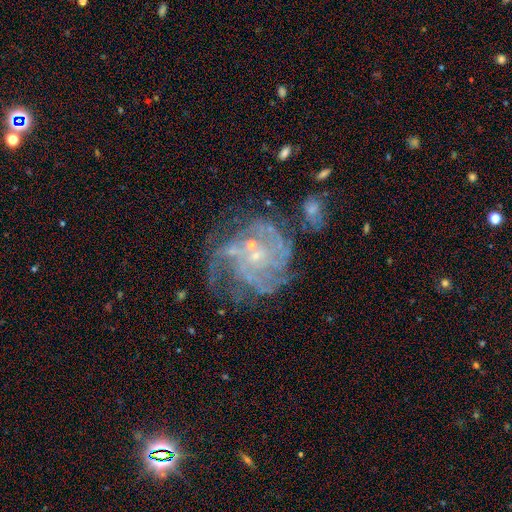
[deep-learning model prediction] This is clearly a featured or disk galaxy (82%). It is clearly not viewed edge-on (98%). Bar: likely no (70%). Spiral arm pattern: clearly yes (90%). Spiral arm count: marginally can't tell (33%). Spiral winding: possibly tight (57%). Central bulge: likely small (73%). Merging: possibly none (46%).